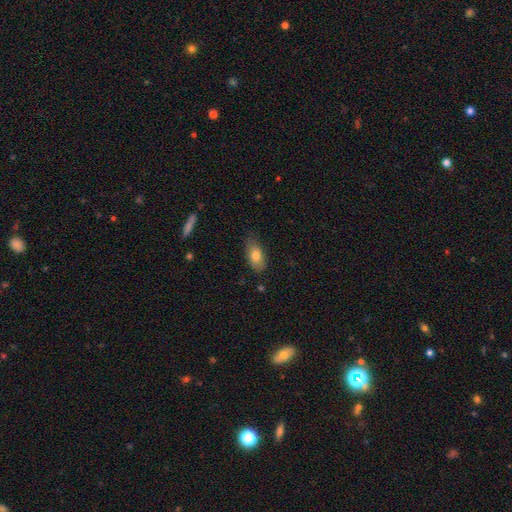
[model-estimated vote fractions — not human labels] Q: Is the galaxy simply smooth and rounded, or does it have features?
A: smooth — 79%.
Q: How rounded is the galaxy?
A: in between — 89%.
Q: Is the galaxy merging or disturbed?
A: none — 74%.